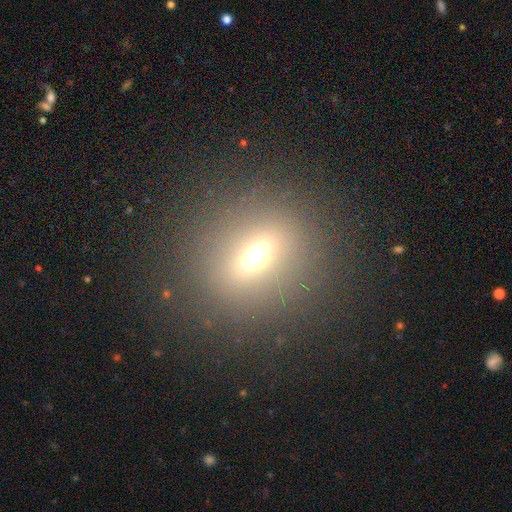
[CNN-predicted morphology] A smooth galaxy with no disk features (52%) that is round (54%).

Vote fractions:
- Smooth or featured? smooth: 52% / featured or disk: 28% / star or artifact: 20%
- How rounded? round: 54% / in between: 41% / cigar-shaped: 6%
- Merging? none: 85% / minor disturbance: 8% / major disturbance: 5% / merger: 2%